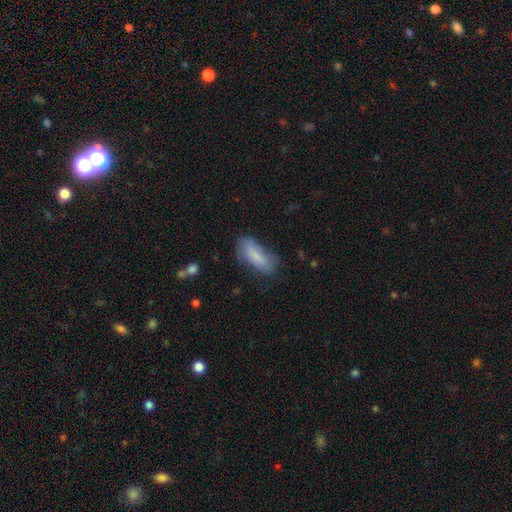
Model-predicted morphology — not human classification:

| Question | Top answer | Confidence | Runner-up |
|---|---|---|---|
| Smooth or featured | smooth | 79% | featured or disk (14%) |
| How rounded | in between | 73% | cigar-shaped (25%) |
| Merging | none | 64% | minor disturbance (26%) |